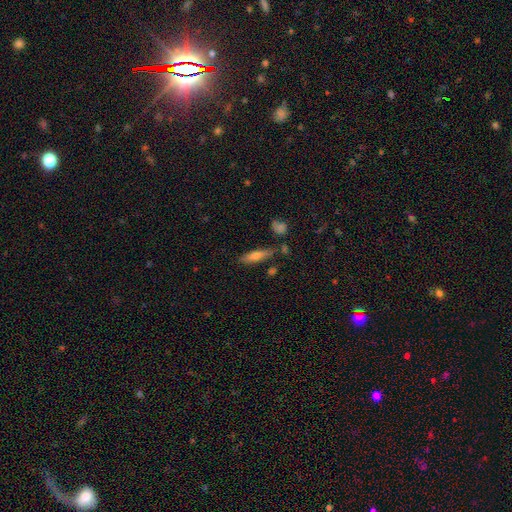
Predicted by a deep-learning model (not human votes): The model was most divided on "smooth or featured": smooth: 64%, featured or disk: 29%, star or artifact: 7%. More confident: merging — none (77%); how rounded — cigar-shaped (74%).